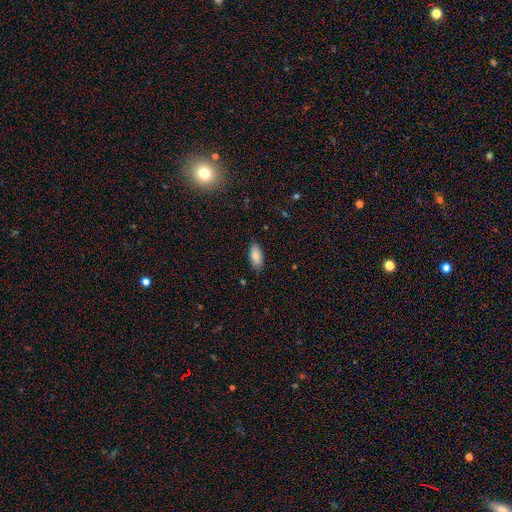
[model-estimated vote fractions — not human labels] Morphology: type=smooth (85%); roundness=in between (89%); merging=none (82%).